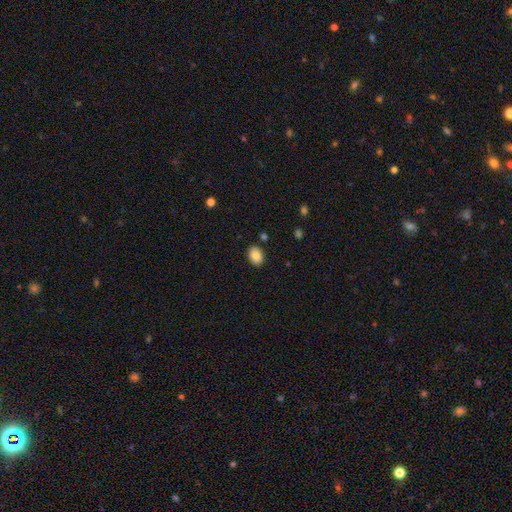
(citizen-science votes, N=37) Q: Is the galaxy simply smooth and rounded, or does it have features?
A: smooth — 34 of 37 (92%).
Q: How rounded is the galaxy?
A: in between — 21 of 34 (62%).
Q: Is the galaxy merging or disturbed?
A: none — 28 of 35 (80%).